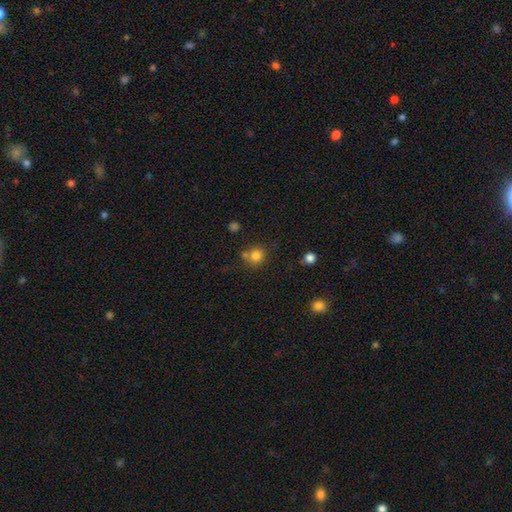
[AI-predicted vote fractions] smooth_or_featured: smooth (p=0.81) [alt: star or artifact p=0.13]
how_rounded: round (p=0.87) [alt: in between p=0.12]
merging: none (p=0.65) [alt: merger p=0.18]